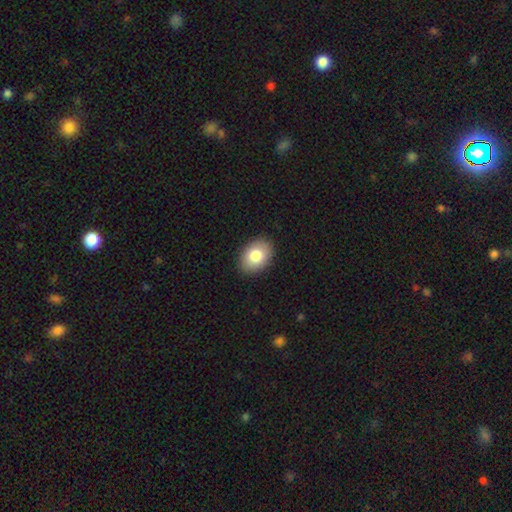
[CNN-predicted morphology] A smooth galaxy with no disk features (83%) that is in between round and cigar-shaped (82%).

Vote fractions:
- Smooth or featured? smooth: 83% / featured or disk: 10% / star or artifact: 7%
- How rounded? in between: 82% / round: 17% / cigar-shaped: 1%
- Merging? none: 90% / minor disturbance: 8% / major disturbance: 2% / merger: 1%